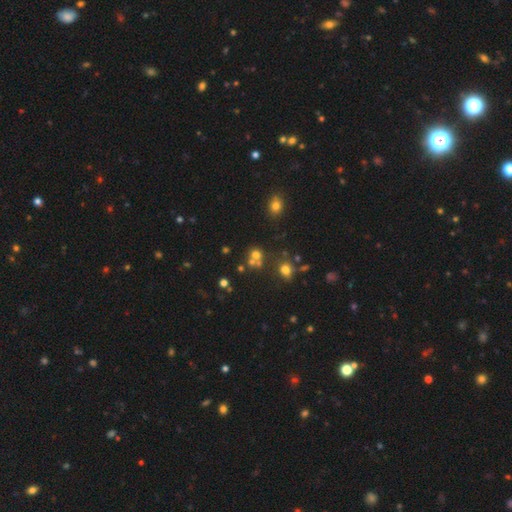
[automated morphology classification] This appears to be a smooth galaxy with no disk features (62%) that is round (81%). Merging: none (51%).